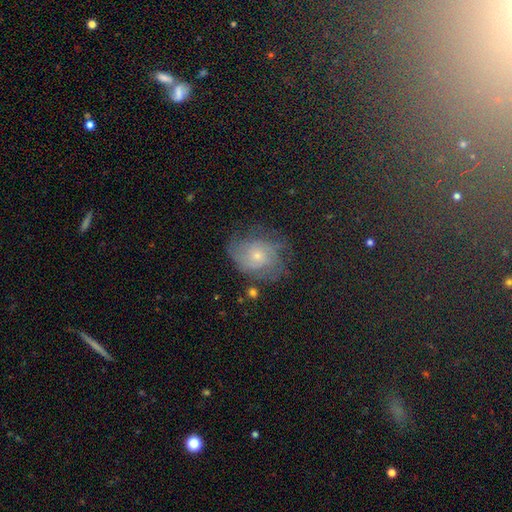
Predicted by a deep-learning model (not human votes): Q: Smooth or featured?
A: featured or disk (63%); runner-up: smooth (25%)
Q: Edge-on disk?
A: no (97%); runner-up: yes (3%)
Q: Bar?
A: no (75%); runner-up: weak (22%)
Q: Spiral arms?
A: yes (86%); runner-up: no (14%)
Q: Spiral winding?
A: tight (50%); runner-up: medium (36%)
Q: Spiral arm count?
A: can't tell (45%); runner-up: 2 (23%)
Q: Bulge size?
A: small (63%); runner-up: moderate (31%)
Q: Merging?
A: none (62%); runner-up: minor disturbance (23%)